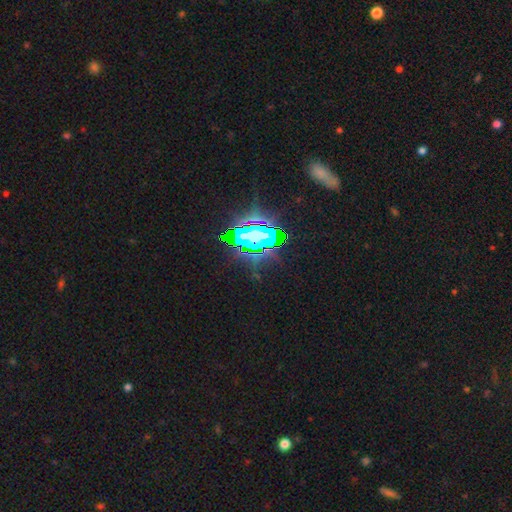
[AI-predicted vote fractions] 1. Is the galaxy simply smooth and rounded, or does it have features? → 66% star or artifact, 19% featured or disk, 15% smooth.